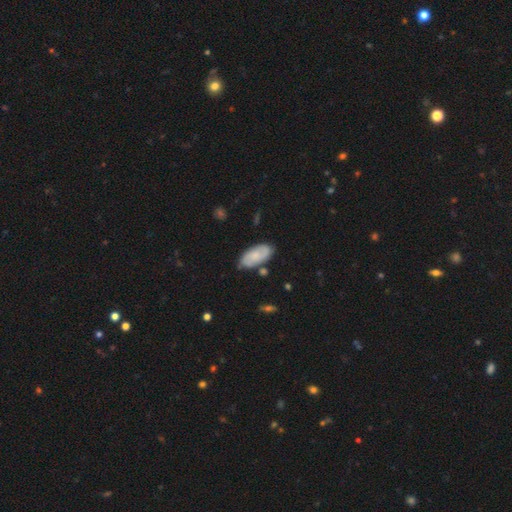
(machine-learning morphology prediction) Smooth or featured? smooth (51%)
How rounded? in between (91%)
Merging? none (78%)